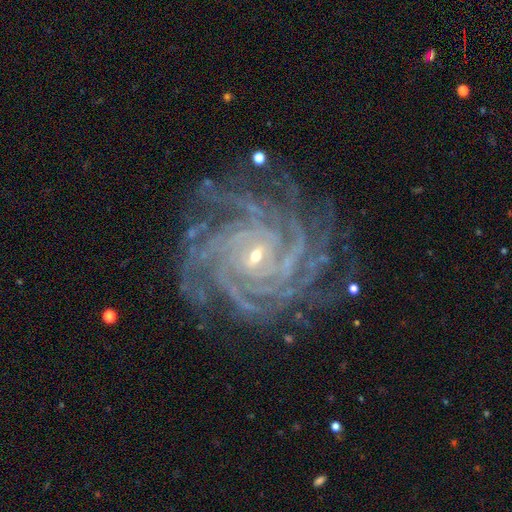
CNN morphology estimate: Smooth or featured: featured or disk — 92% (star or artifact — 6%)
Edge-on disk: no — 98% (yes — 2%)
Bar: no — 58% (weak — 27%)
Spiral arms: yes — 99% (no — 1%)
Spiral winding: tight — 81% (medium — 16%)
Spiral arm count: more than 4 — 40% (4 — 22%)
Bulge size: small — 80% (moderate — 17%)
Merging: none — 81% (minor disturbance — 13%)